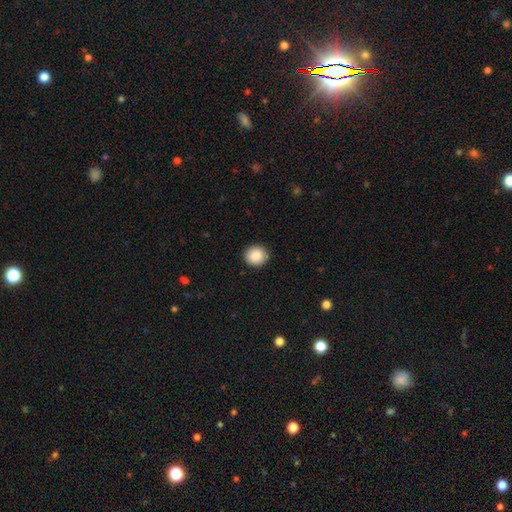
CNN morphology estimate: type=smooth (88%); roundness=round (87%); merging=none (92%).